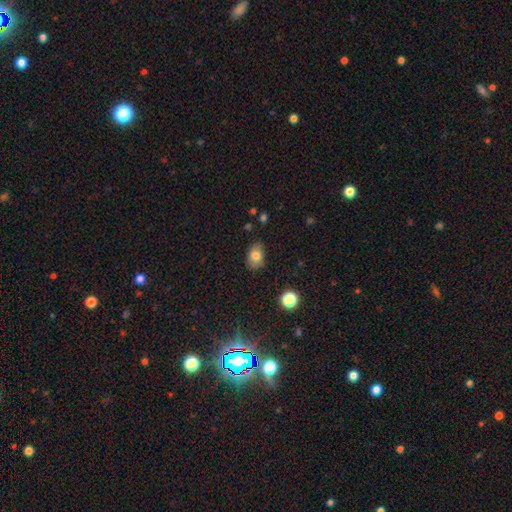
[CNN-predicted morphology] smooth 78%, featured or disk 12%, star or artifact 10%. Down the decision tree: how rounded — in between (78%); merging — none (74%).